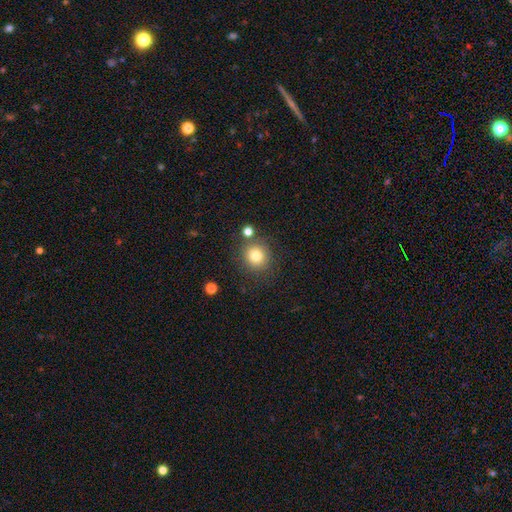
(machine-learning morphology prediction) Smooth or featured: smooth — 80% (star or artifact — 12%)
How rounded: round — 90% (in between — 9%)
Merging: none — 80% (minor disturbance — 9%)